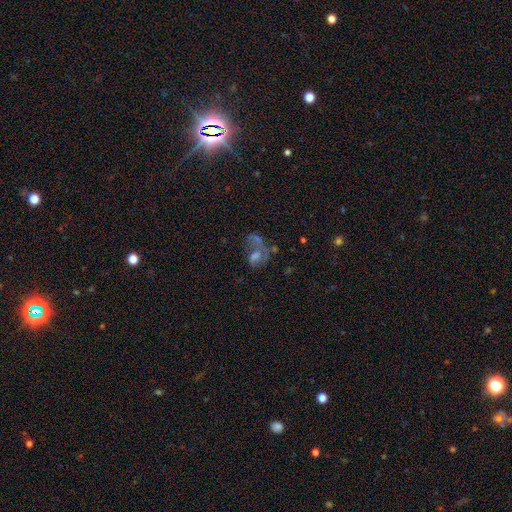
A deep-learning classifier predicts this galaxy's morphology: The model was most divided on "merging": merger: 35%, none: 27%, major disturbance: 26%, minor disturbance: 12%. Remaining: smooth or featured — featured or disk (44%).